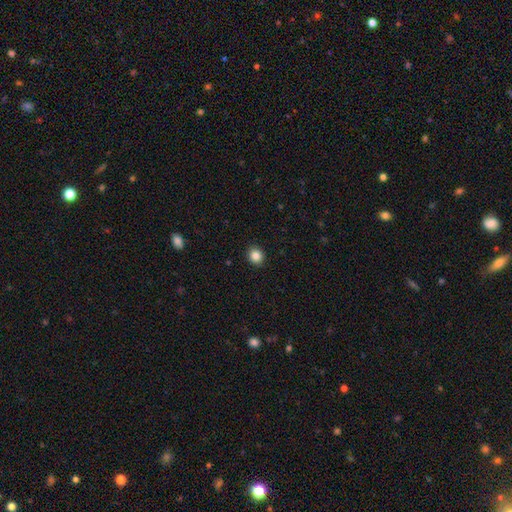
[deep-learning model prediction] Smooth or featured: smooth — 84% (star or artifact — 10%)
How rounded: round — 75% (in between — 24%)
Merging: none — 92% (minor disturbance — 6%)